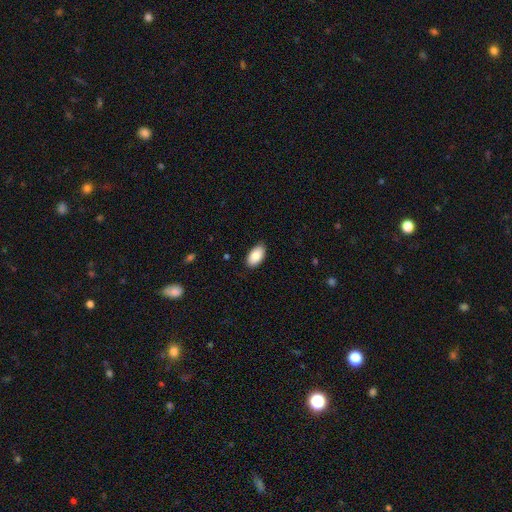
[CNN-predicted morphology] The model was most divided on "merging": none: 87%, minor disturbance: 10%, major disturbance: 2%, merger: 1%. More confident: how rounded — in between (95%); smooth or featured — smooth (87%).